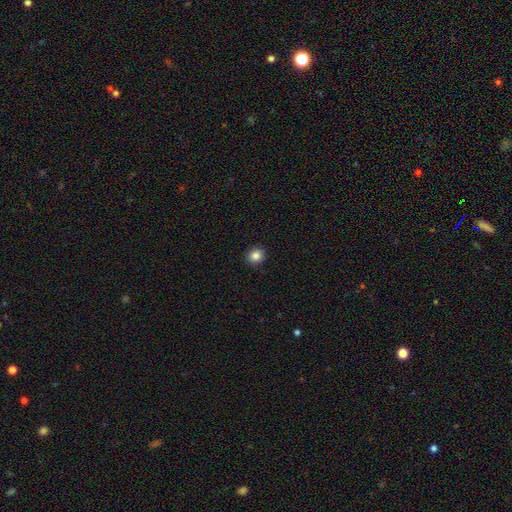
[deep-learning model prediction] smooth 85%, star or artifact 10%, featured or disk 5%. Down the decision tree: how rounded — round (88%); merging — none (92%).